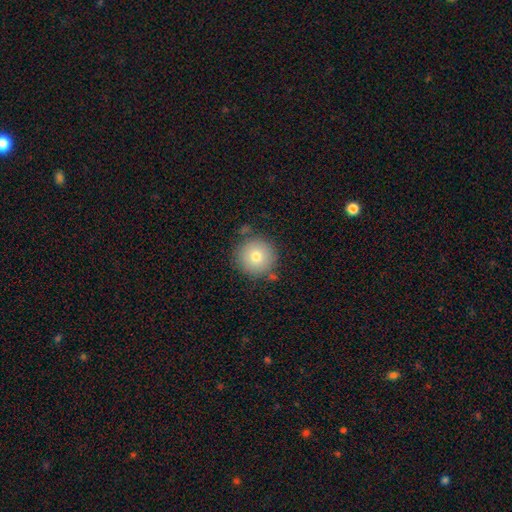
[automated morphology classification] smooth 77%, featured or disk 13%, star or artifact 11%. Down the decision tree: how rounded — round (96%); merging — none (83%).